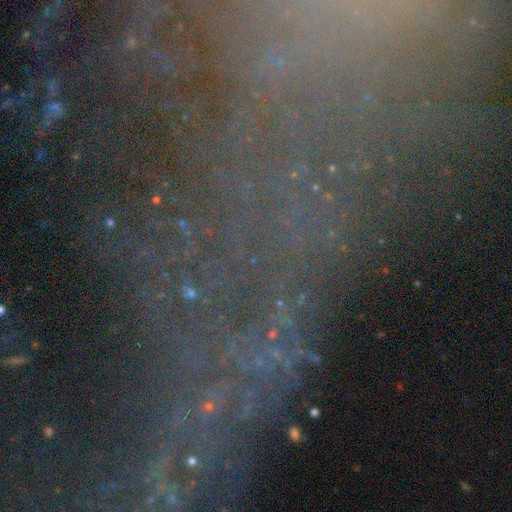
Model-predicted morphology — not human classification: star or artifact 70%, featured or disk 18%, smooth 12%.